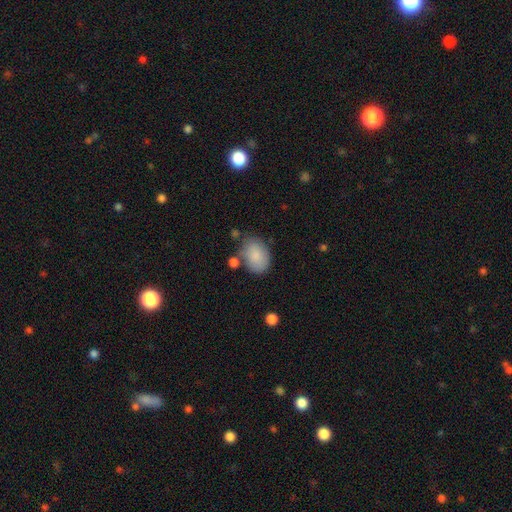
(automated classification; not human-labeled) Smooth or featured? smooth (85%)
How rounded? in between (82%)
Merging? none (67%)